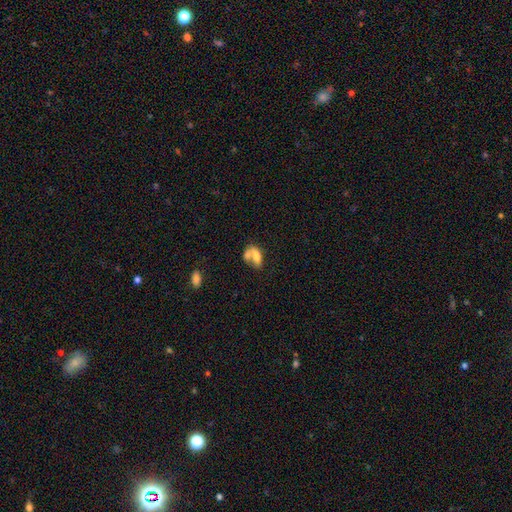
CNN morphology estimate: A smooth galaxy with no disk features (63%) that is in between round and cigar-shaped (81%).

Vote fractions:
- Smooth or featured? smooth: 63% / featured or disk: 28% / star or artifact: 9%
- How rounded? in between: 81% / round: 12% / cigar-shaped: 7%
- Merging? merger: 57% / none: 22% / minor disturbance: 11% / major disturbance: 10%